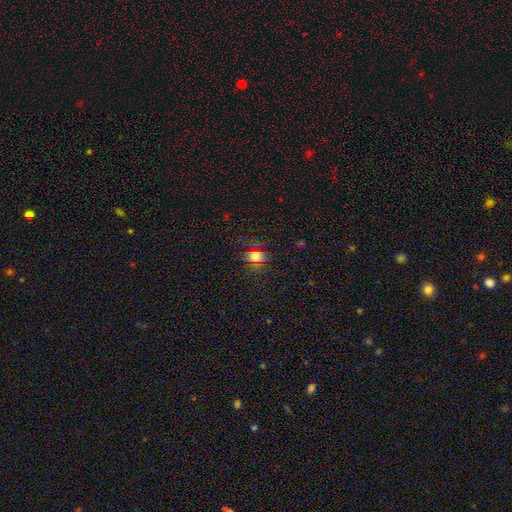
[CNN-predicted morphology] smooth-or-featured: smooth: 64% | star or artifact: 25% | featured or disk: 11%
  how-rounded: in between: 52% | round: 44% | cigar-shaped: 4%
  merging: none: 81% | minor disturbance: 13% | major disturbance: 5% | merger: 2%